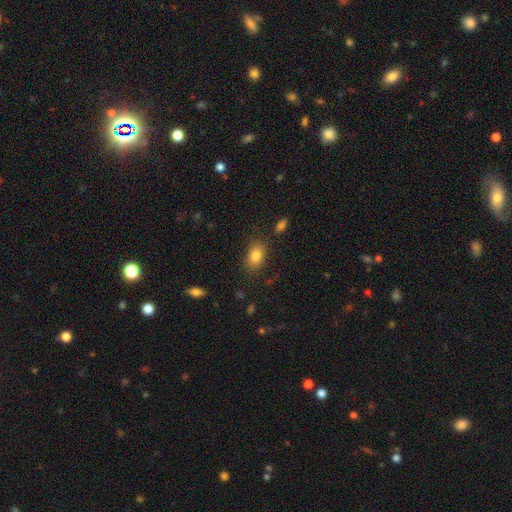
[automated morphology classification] This is clearly a smooth galaxy (83%). How rounded: clearly in between (83%). Merging: clearly none (81%).